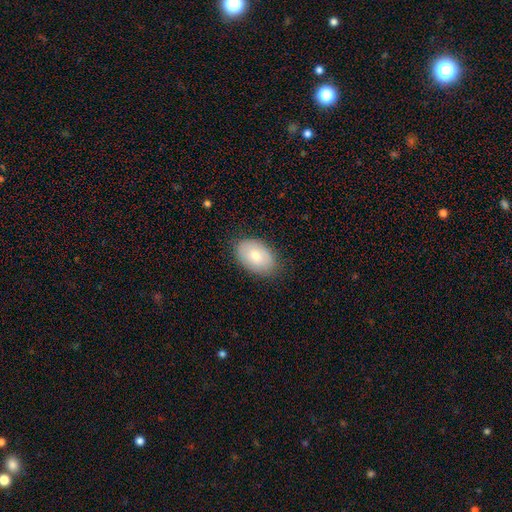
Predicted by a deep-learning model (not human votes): A smooth galaxy with no disk features (76%) that is in between round and cigar-shaped (90%). Merging: none (82%).